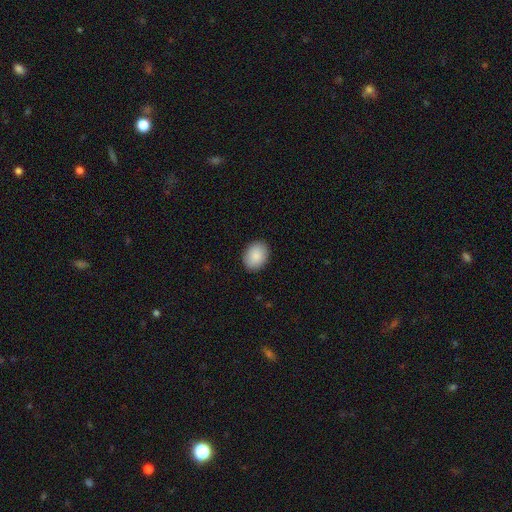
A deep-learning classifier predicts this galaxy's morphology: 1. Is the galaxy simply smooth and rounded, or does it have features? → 90% smooth, 6% star or artifact, 4% featured or disk.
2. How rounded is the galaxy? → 65% in between, 34% round, 1% cigar-shaped.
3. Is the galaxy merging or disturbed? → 90% none, 8% minor disturbance, 2% major disturbance, 1% merger.